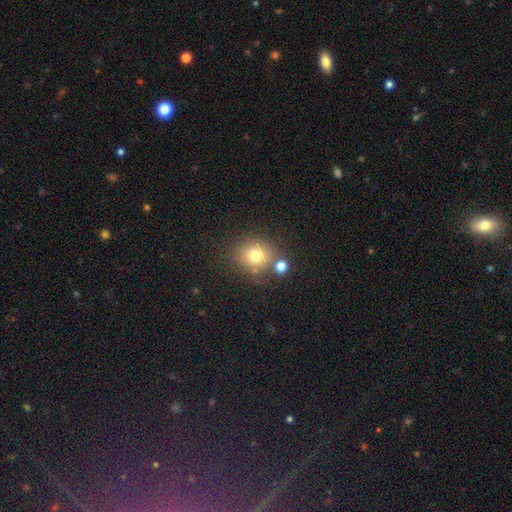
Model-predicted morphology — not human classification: Q: Smooth or featured?
A: smooth (75%); runner-up: star or artifact (14%)
Q: How rounded?
A: round (81%); runner-up: in between (18%)
Q: Merging?
A: none (66%); runner-up: merger (17%)